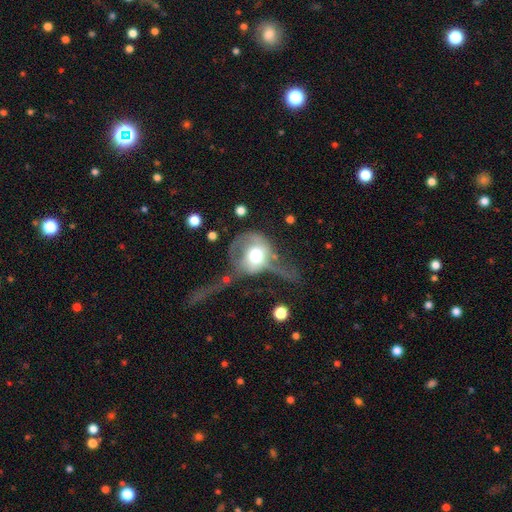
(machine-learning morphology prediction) smooth_or_featured: featured or disk (p=0.49) [alt: smooth p=0.44]
merging: major disturbance (p=0.60) [alt: none p=0.16]